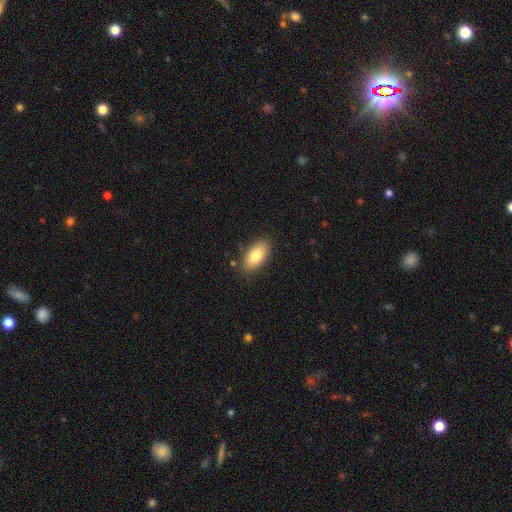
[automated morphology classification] This is clearly a smooth galaxy (81%). How rounded: clearly in between (90%). Merging: clearly none (84%).